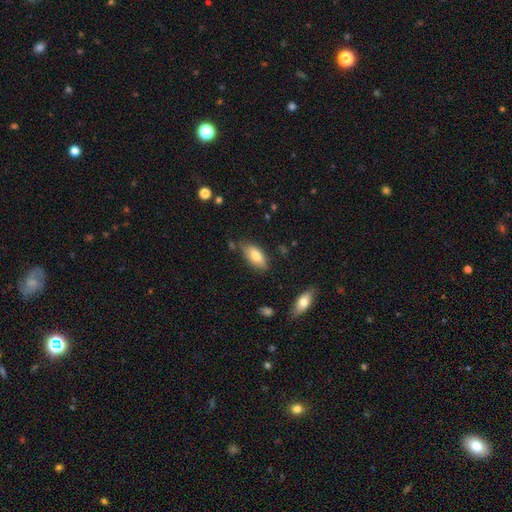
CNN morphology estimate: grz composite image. It shows a smooth galaxy with no disk features (78%) that is in between round and cigar-shaped (87%). Merging: none (74%).